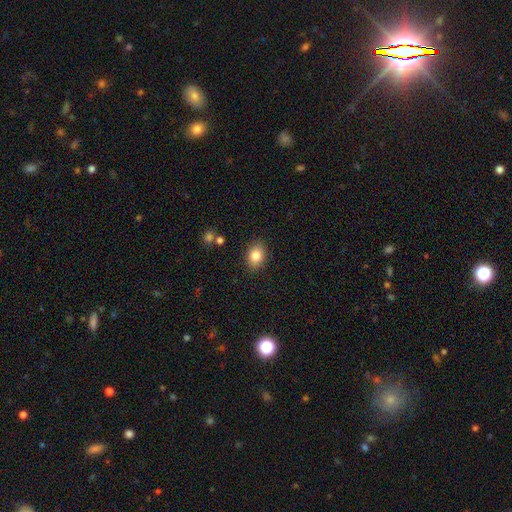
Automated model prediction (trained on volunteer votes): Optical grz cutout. It shows a smooth galaxy with no disk features (84%) that is in between round and cigar-shaped (73%). Merging: none (87%).